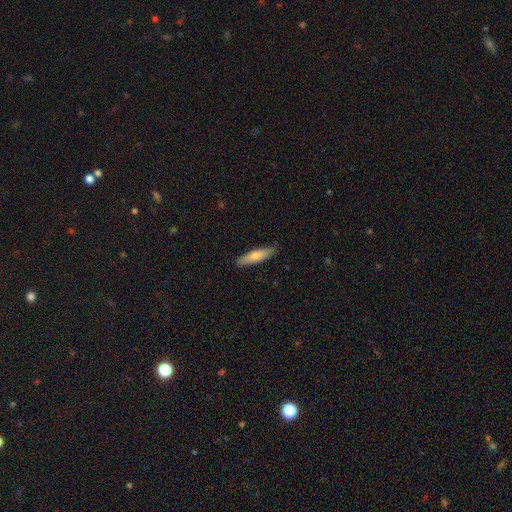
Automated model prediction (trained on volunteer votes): Smooth or featured? Predicted: smooth (p=0.74). How rounded? Predicted: cigar-shaped (p=0.76). Merging? Predicted: none (p=0.88).